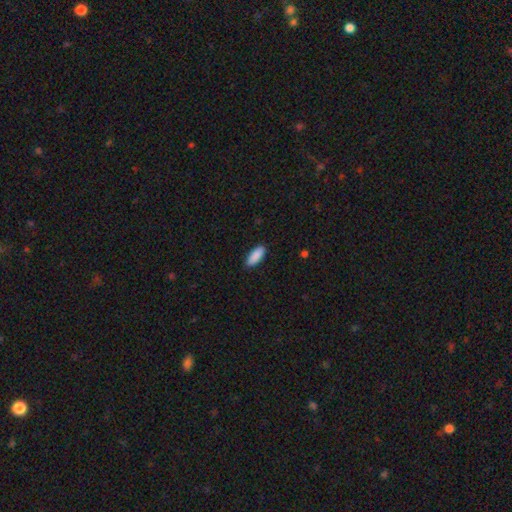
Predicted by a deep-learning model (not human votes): Smooth or featured? Predicted: smooth (p=0.91). How rounded? Predicted: in between (p=0.74). Merging? Predicted: none (p=0.89).